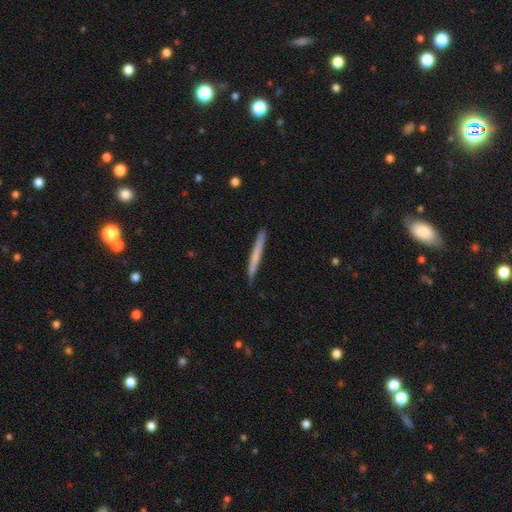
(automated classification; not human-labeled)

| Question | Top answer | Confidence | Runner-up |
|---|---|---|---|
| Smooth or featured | smooth | 58% | featured or disk (37%) |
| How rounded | cigar-shaped | 97% | in between (2%) |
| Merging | none | 89% | minor disturbance (9%) |